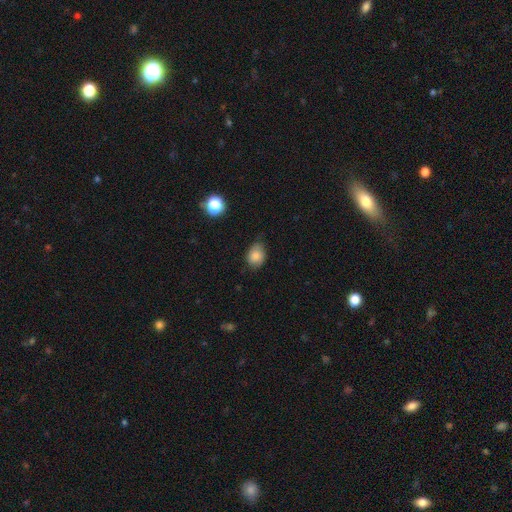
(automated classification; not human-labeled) This appears to be a smooth galaxy with no disk features (83%) that is in between round and cigar-shaped (61%). Merging: none (68%).